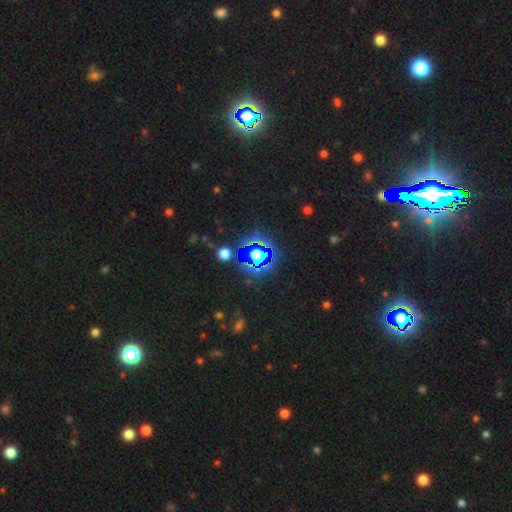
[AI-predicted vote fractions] A star or artifact, not a galaxy (63%).

Vote fractions:
- Smooth or featured? star or artifact: 63% / smooth: 24% / featured or disk: 13%